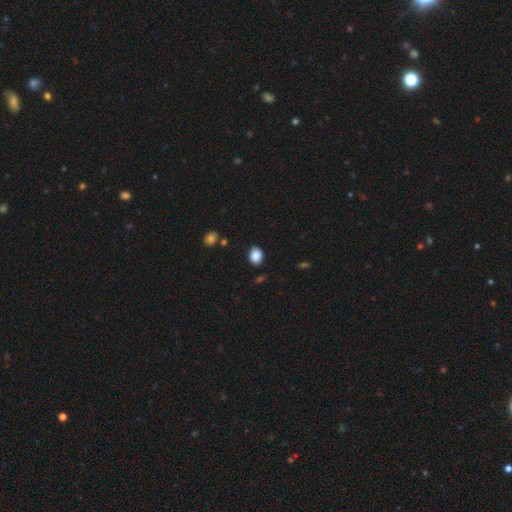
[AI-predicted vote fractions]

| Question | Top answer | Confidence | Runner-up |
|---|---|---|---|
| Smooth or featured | smooth | 88% | star or artifact (9%) |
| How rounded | in between | 59% | round (40%) |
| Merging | none | 86% | minor disturbance (10%) |